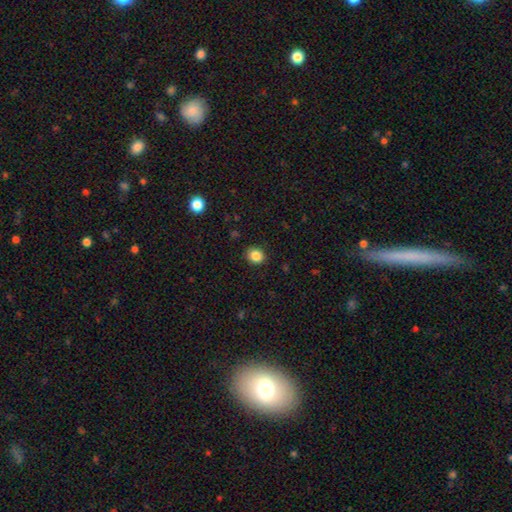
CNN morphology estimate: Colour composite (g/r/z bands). It shows a smooth galaxy with no disk features (85%) that is round (71%). Merging: none (89%).